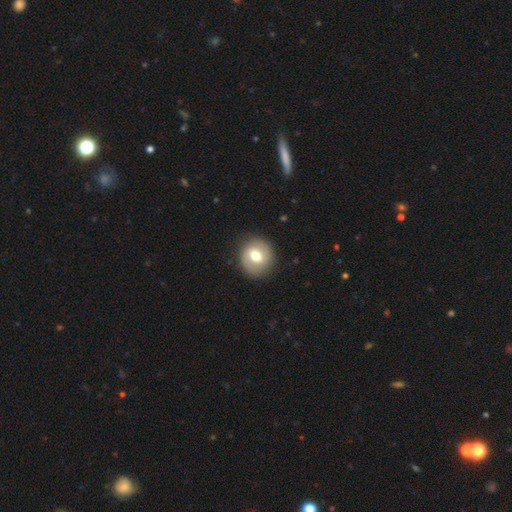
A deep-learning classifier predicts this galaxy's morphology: Overall: smooth (60%; featured or disk 33%). How rounded: round (83%). Merging: none (86%).